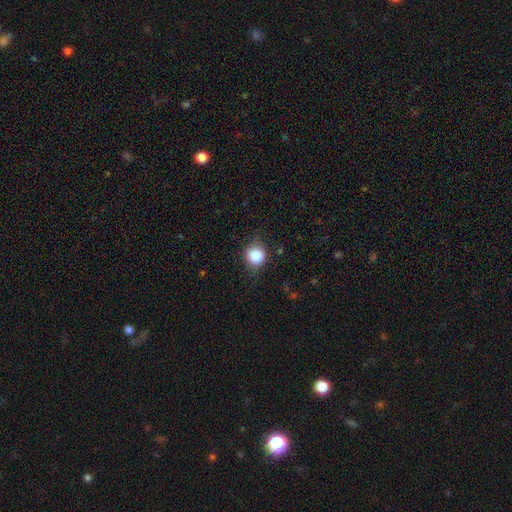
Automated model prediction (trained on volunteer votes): A smooth galaxy with no disk features (87%) that is round (88%). Merging: none (76%).